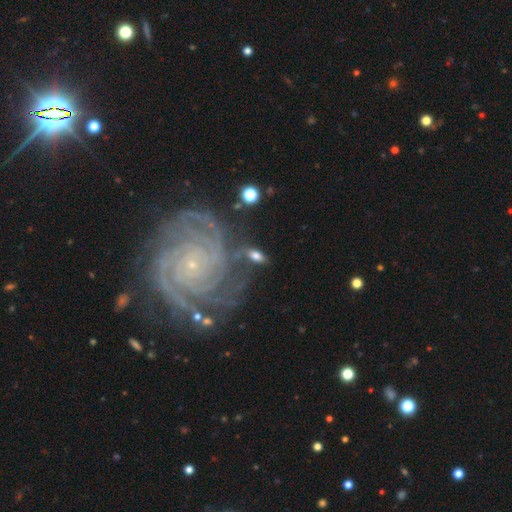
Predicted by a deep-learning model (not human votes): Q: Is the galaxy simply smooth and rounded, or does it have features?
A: featured or disk — 49%.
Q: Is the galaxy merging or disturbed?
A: none — 64%.